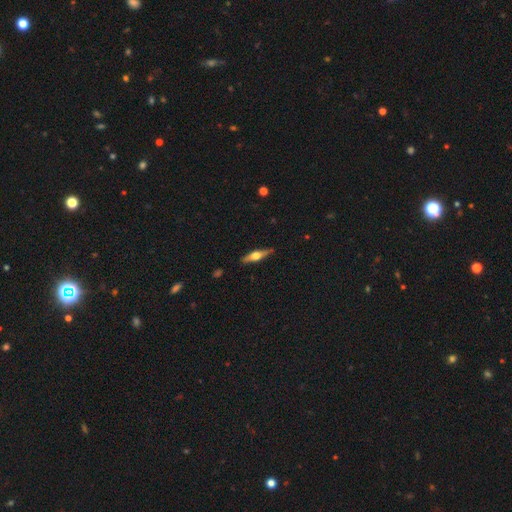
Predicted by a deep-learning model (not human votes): This appears to be a featured or disk galaxy (65%) viewed edge-on (96%) with a rounded central bulge (94%). Merging: none (88%).